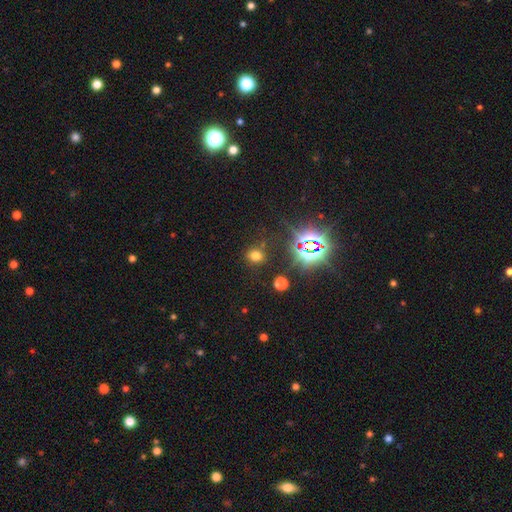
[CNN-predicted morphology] Smooth or featured: smooth — 62% (star or artifact — 30%)
How rounded: round — 62% (in between — 36%)
Merging: none — 80% (minor disturbance — 10%)